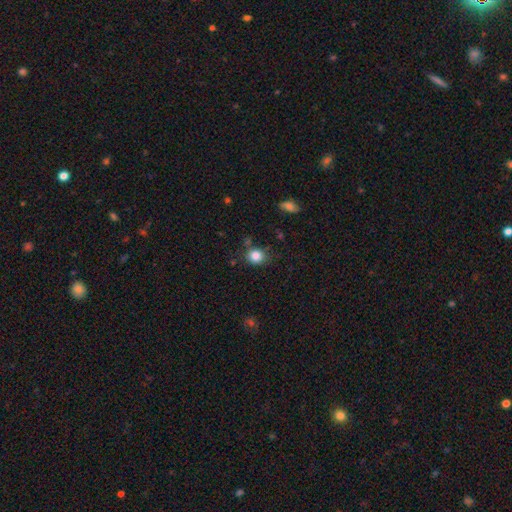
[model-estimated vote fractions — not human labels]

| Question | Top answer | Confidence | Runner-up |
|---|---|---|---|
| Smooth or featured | smooth | 84% | star or artifact (11%) |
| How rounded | round | 71% | in between (28%) |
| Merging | none | 76% | minor disturbance (15%) |